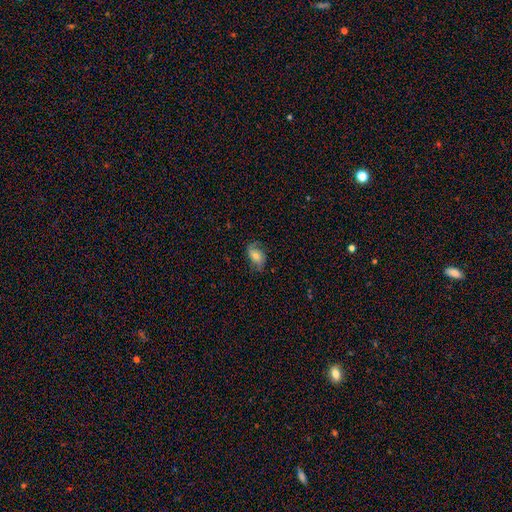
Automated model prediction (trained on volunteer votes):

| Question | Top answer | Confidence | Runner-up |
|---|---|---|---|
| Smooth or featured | smooth | 48% | featured or disk (43%) |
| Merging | none | 68% | minor disturbance (22%) |